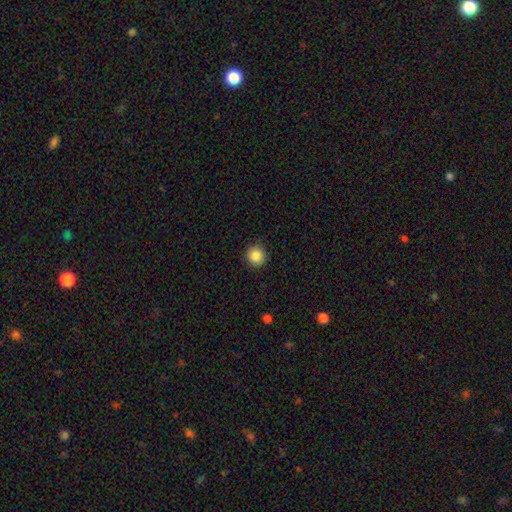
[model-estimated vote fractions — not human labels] Q: Smooth or featured?
A: smooth (87%); runner-up: star or artifact (9%)
Q: How rounded?
A: round (92%); runner-up: in between (7%)
Q: Merging?
A: none (90%); runner-up: minor disturbance (7%)